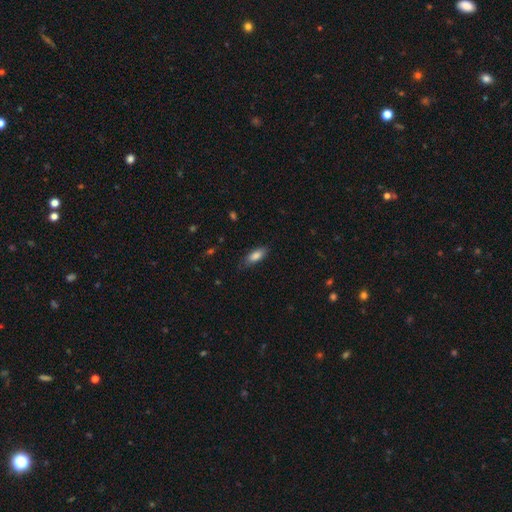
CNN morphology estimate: Smooth or featured: smooth — 84% (featured or disk — 9%)
How rounded: in between — 78% (cigar-shaped — 20%)
Merging: none — 75% (minor disturbance — 19%)